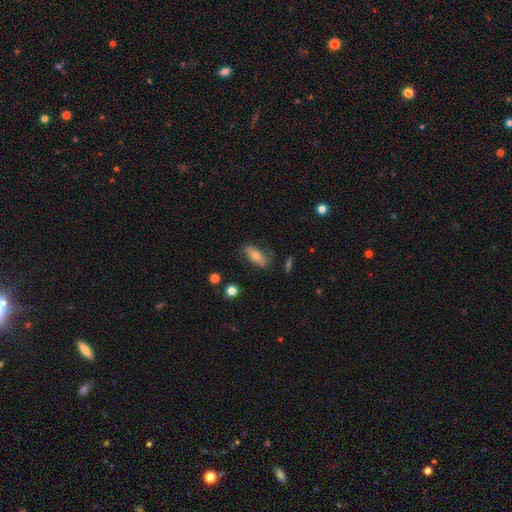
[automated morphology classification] This is possibly a smooth galaxy (59%). How rounded: likely in between (76%). Merging: likely none (68%).